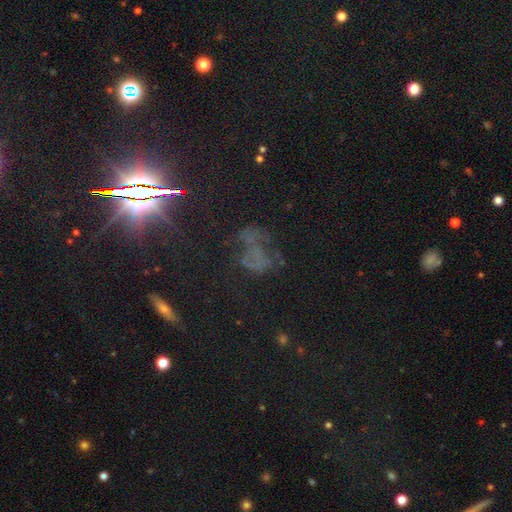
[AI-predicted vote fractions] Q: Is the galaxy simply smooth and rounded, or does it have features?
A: star or artifact — 47%.